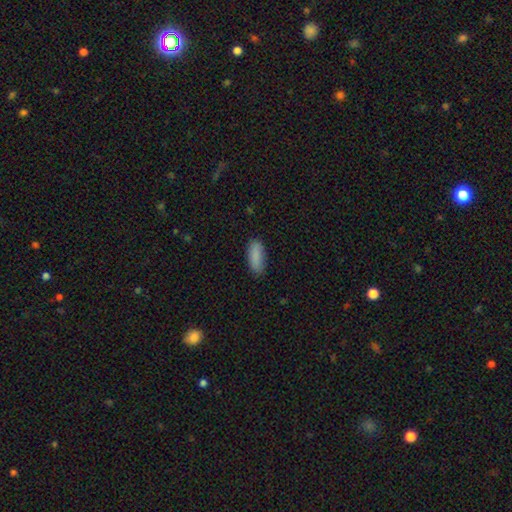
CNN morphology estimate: smooth_or_featured: smooth (p=0.89) [alt: star or artifact p=0.07]
how_rounded: in between (p=0.75) [alt: cigar-shaped p=0.23]
merging: none (p=0.83) [alt: minor disturbance p=0.13]